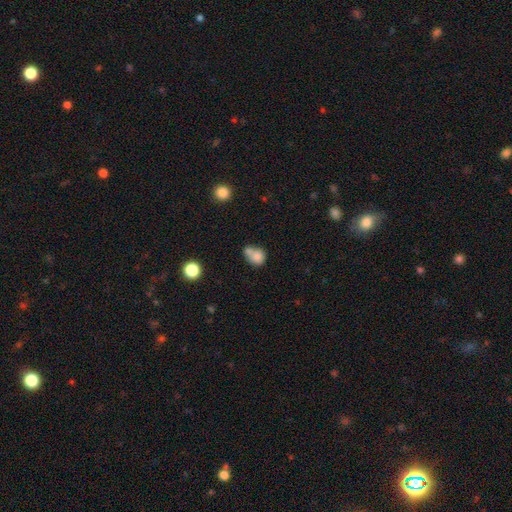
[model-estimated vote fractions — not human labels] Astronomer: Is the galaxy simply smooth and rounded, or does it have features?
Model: smooth — 77%.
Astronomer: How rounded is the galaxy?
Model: round — 60% (runner-up: in between, 39%).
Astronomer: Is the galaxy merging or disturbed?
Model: merger — 53% (runner-up: none, 28%).